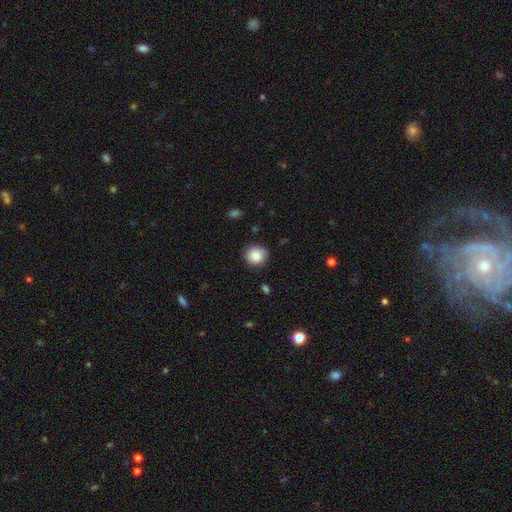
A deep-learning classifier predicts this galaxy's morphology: Q: Smooth or featured?
A: smooth (86%); runner-up: star or artifact (8%)
Q: How rounded?
A: round (87%); runner-up: in between (12%)
Q: Merging?
A: none (83%); runner-up: minor disturbance (13%)